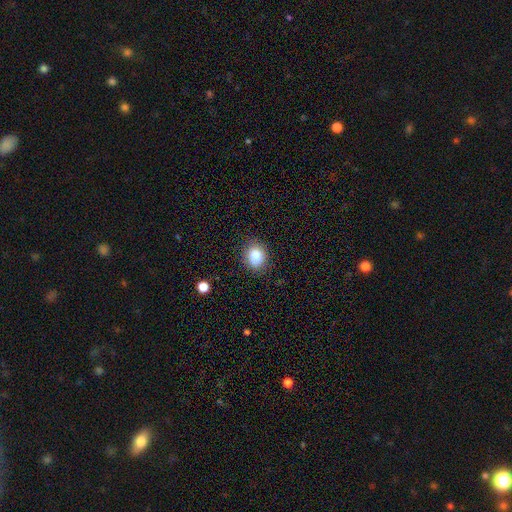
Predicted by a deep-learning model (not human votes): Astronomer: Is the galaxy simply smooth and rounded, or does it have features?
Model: smooth — 83%.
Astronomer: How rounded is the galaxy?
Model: round — 56% (runner-up: in between, 43%).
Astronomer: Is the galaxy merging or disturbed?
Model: none — 83%.